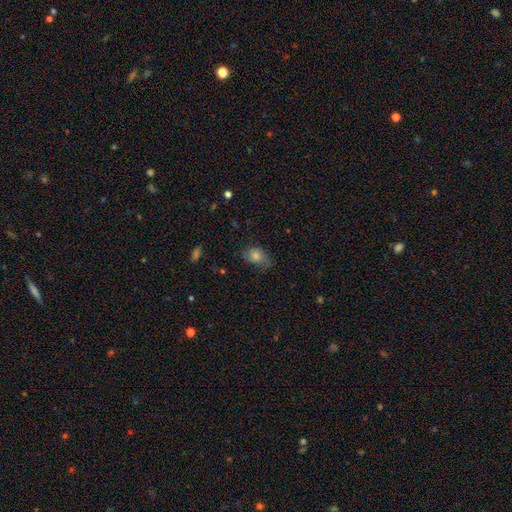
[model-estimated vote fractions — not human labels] Morphology: type=smooth (60%); roundness=in between (68%); merging=none (58%).